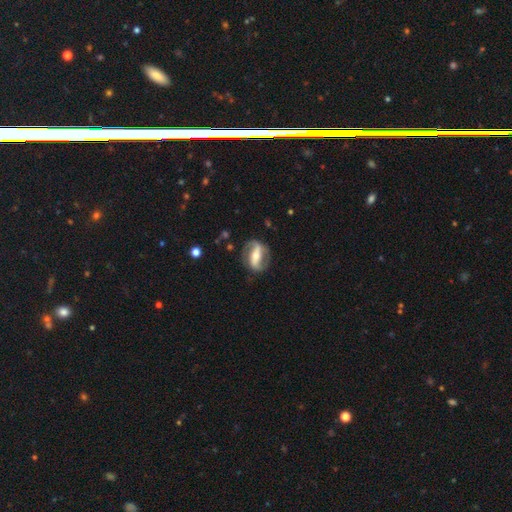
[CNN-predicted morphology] Smooth or featured: featured or disk — 80% (smooth — 15%)
Edge-on disk: no — 91% (yes — 9%)
Bar: strong — 69% (weak — 18%)
Spiral arms: yes — 82% (no — 18%)
Spiral winding: medium — 40% (loose — 35%)
Spiral arm count: 2 — 87% (can't tell — 6%)
Bulge size: moderate — 55% (small — 37%)
Merging: none — 77% (minor disturbance — 14%)